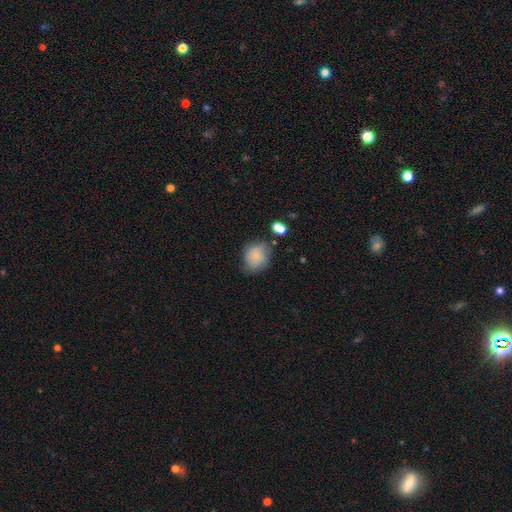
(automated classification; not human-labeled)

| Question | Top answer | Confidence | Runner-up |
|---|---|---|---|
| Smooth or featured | smooth | 73% | featured or disk (17%) |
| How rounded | round | 58% | in between (41%) |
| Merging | none | 61% | minor disturbance (26%) |